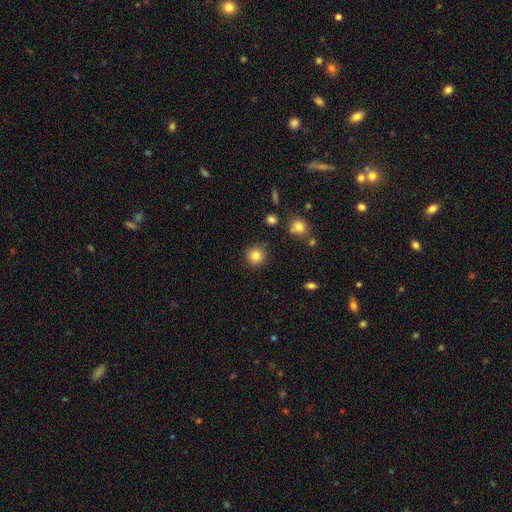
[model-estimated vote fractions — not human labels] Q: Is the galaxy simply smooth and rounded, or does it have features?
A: smooth — 84%.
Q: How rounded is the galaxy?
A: round — 94%.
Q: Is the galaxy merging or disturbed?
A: none — 88%.